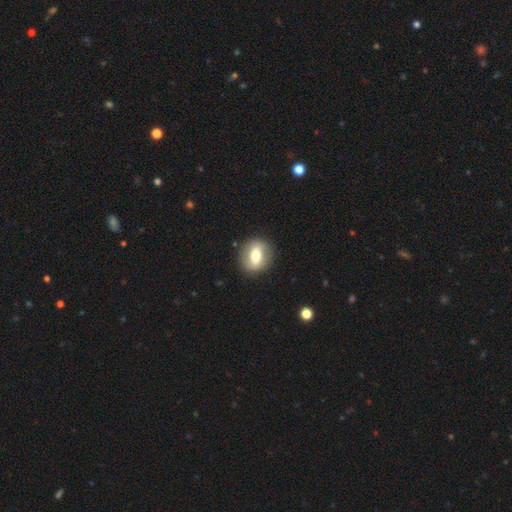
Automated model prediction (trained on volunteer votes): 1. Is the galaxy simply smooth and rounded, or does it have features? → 55% smooth, 38% featured or disk, 7% star or artifact.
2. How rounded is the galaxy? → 60% round, 37% in between, 2% cigar-shaped.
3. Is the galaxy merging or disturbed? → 87% none, 9% minor disturbance, 3% major disturbance, 1% merger.